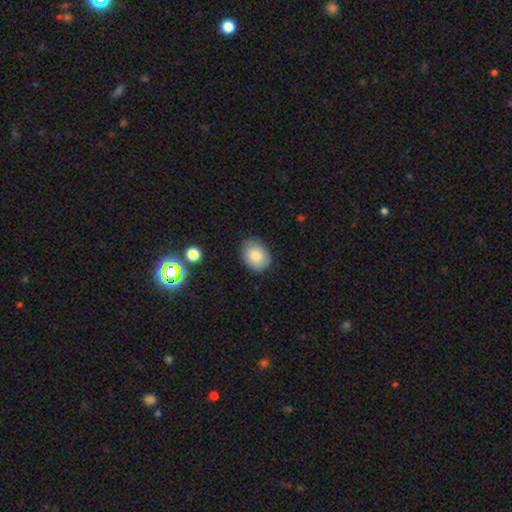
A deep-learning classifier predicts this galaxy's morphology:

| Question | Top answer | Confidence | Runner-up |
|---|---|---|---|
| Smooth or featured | smooth | 82% | featured or disk (10%) |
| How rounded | in between | 59% | round (40%) |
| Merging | none | 83% | minor disturbance (13%) |